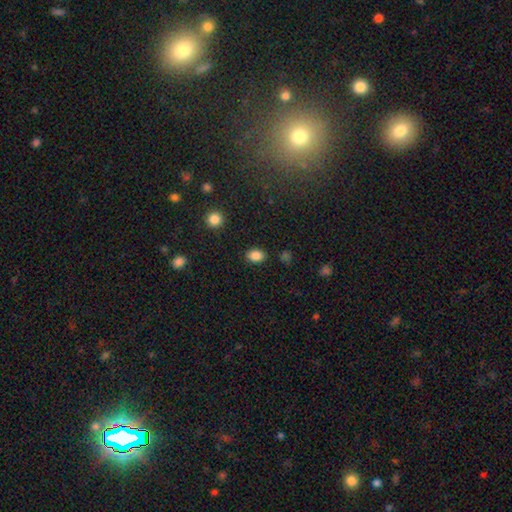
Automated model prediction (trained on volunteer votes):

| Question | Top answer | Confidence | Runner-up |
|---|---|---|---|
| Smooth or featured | smooth | 86% | star or artifact (9%) |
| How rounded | in between | 76% | round (23%) |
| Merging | none | 86% | minor disturbance (9%) |